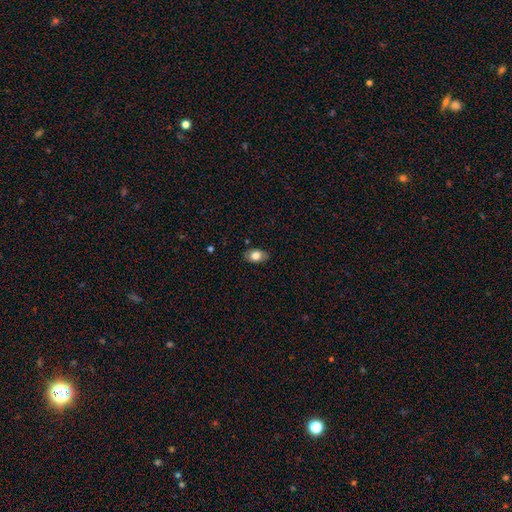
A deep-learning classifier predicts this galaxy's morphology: smooth 79%, featured or disk 13%, star or artifact 8%. Down the decision tree: how rounded — in between (86%); merging — none (85%).